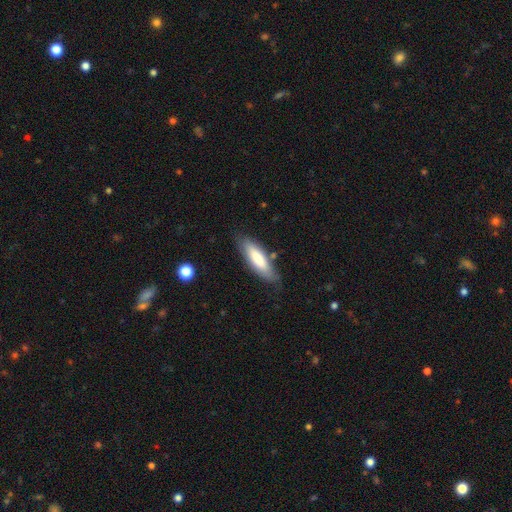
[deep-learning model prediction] Smooth or featured? Predicted: smooth (p=0.73). How rounded? Predicted: cigar-shaped (p=0.55). Merging? Predicted: none (p=0.79).